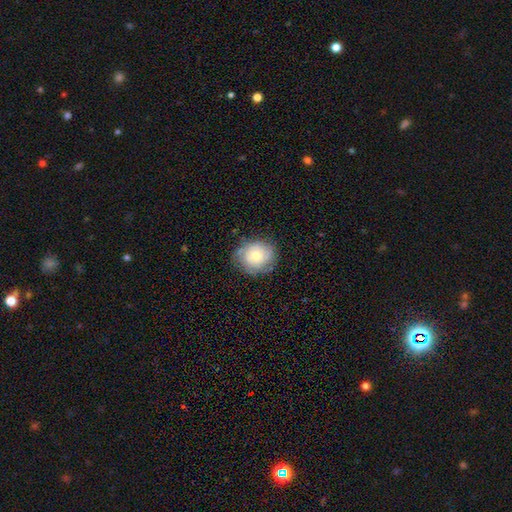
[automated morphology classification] Overall: smooth (49%; featured or disk 42%). Merging: none (72%).